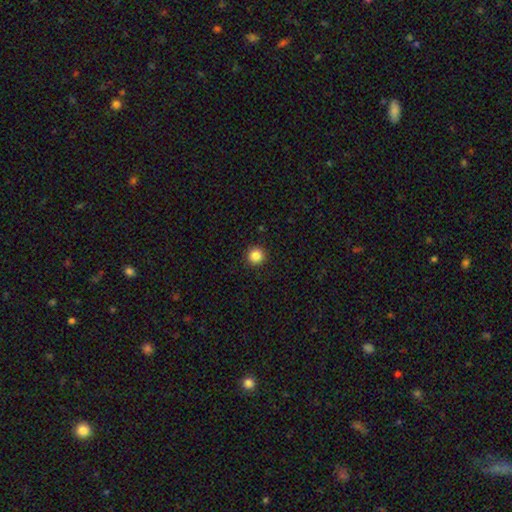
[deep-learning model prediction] Smooth or featured? smooth (85%)
How rounded? round (96%)
Merging? none (93%)